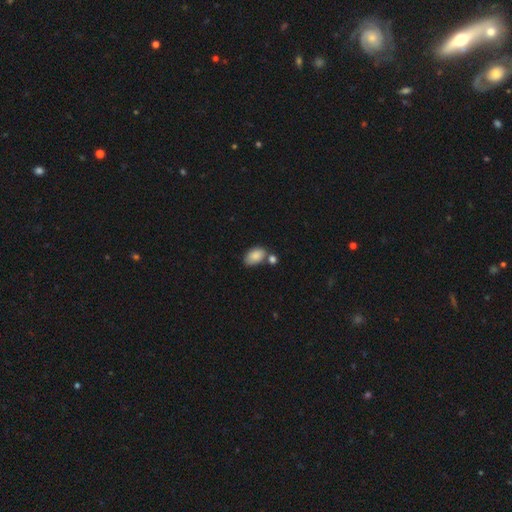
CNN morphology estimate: A smooth galaxy with no disk features (85%) that is in between round and cigar-shaped (92%). Merging: none (50%).